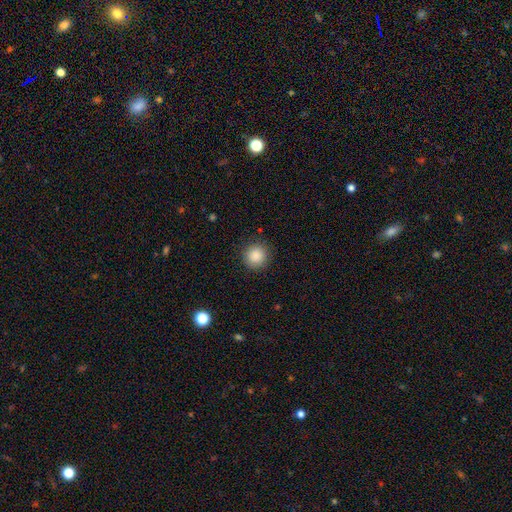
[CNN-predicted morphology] Smooth or featured? Predicted: smooth (p=0.87). How rounded? Predicted: round (p=0.94). Merging? Predicted: none (p=0.90).